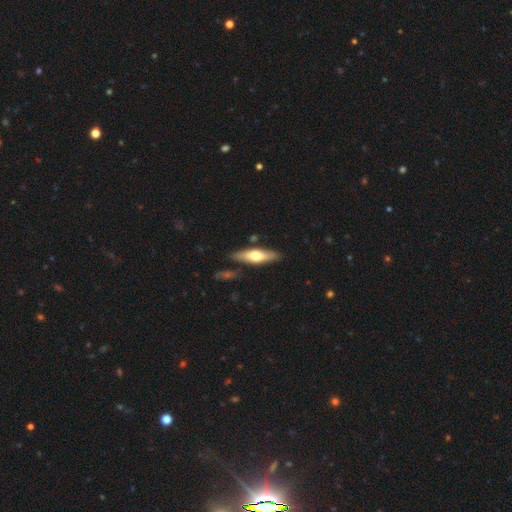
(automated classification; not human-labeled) A smooth galaxy with no disk features (50%) that is cigar-shaped (60%). Merging: none (82%).